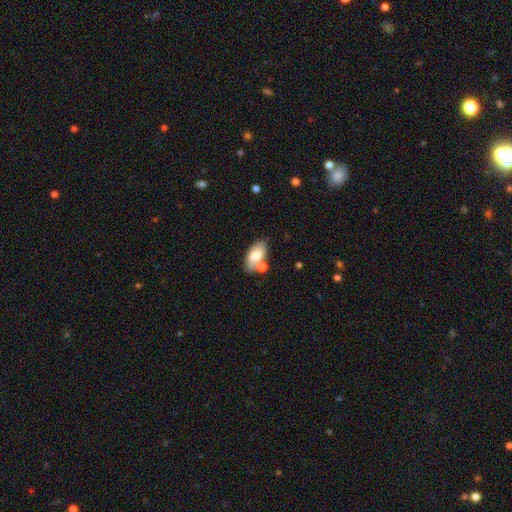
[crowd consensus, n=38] smooth_or_featured: smooth (p=0.84) [alt: featured or disk p=0.13]
how_rounded: in between (p=0.84) [alt: round p=0.09]
merging: none (p=0.57) [alt: merger p=0.24]